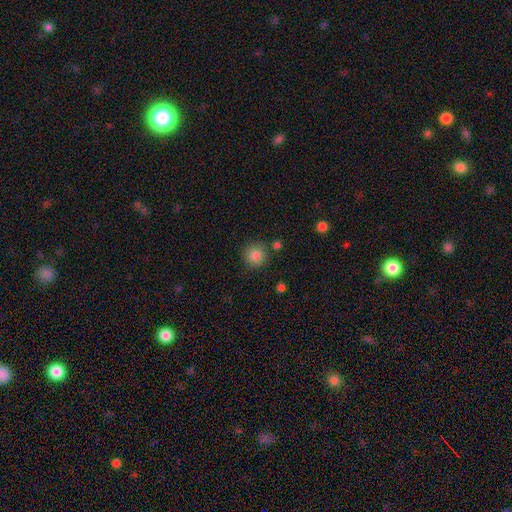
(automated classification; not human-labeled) smooth 84%, star or artifact 11%, featured or disk 5%. Down the decision tree: how rounded — round (92%); merging — none (80%).